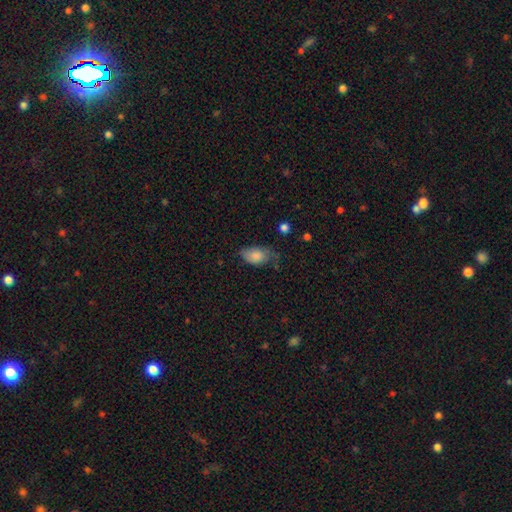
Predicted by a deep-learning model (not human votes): Smooth or featured? smooth (80%)
How rounded? in between (91%)
Merging? none (44%)